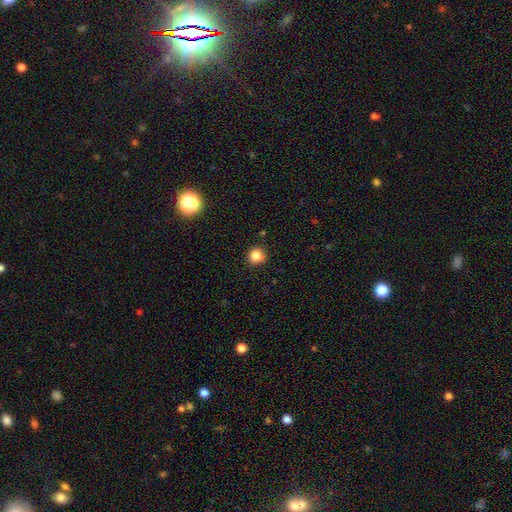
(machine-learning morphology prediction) A smooth galaxy with no disk features (83%) that is round (91%). Merging: none (85%).